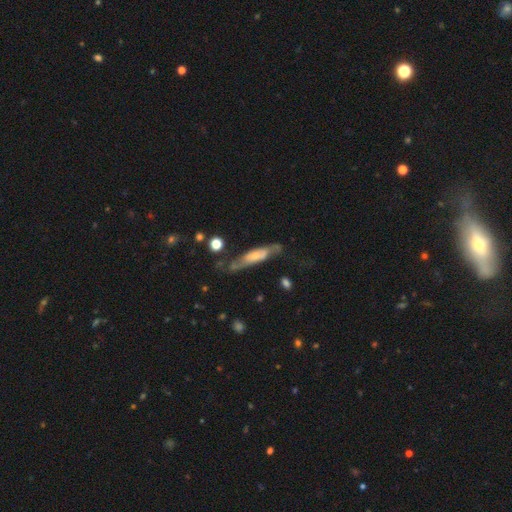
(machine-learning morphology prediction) featured or disk 56%, smooth 38%, star or artifact 6%. Down the decision tree: edge-on disk — no (55%); merging — none (54%).